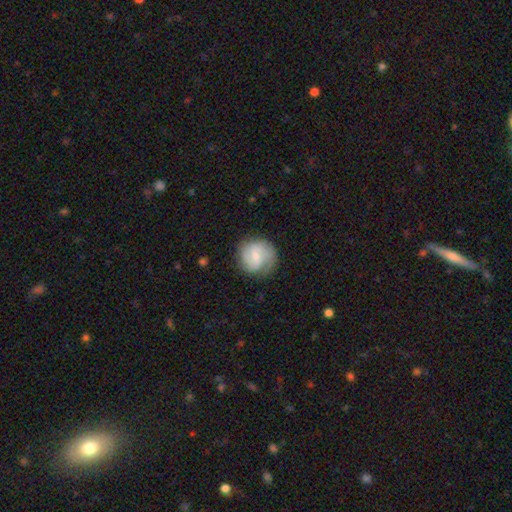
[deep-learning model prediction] A featured or disk galaxy (60%) with a weak bar (50%), 2 (52%) medium (42%) spiral arms (91%) and a small central bulge (59%).

Vote fractions:
- Smooth or featured? featured or disk: 60% / smooth: 34% / star or artifact: 6%
- Edge-on disk? no: 98% / yes: 2%
- Bar? weak: 50% / no: 41% / strong: 9%
- Spiral arms? yes: 91% / no: 9%
- Spiral winding? medium: 42% / tight: 39% / loose: 19%
- Spiral arm count? 2: 52% / can't tell: 20% / 3: 13% / 1: 9% / 4: 3% / more than 4: 3%
- Bulge size? small: 59% / moderate: 31% / none: 7% / large: 2% / dominant: 1%
- Merging? none: 75% / minor disturbance: 17% / major disturbance: 7% / merger: 1%